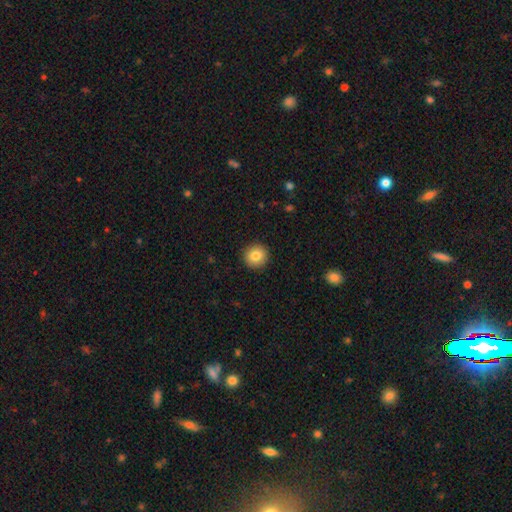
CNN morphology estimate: The model was most divided on "smooth or featured": smooth: 83%, star or artifact: 9%, featured or disk: 8%. More confident: how rounded — round (93%); merging — none (93%).